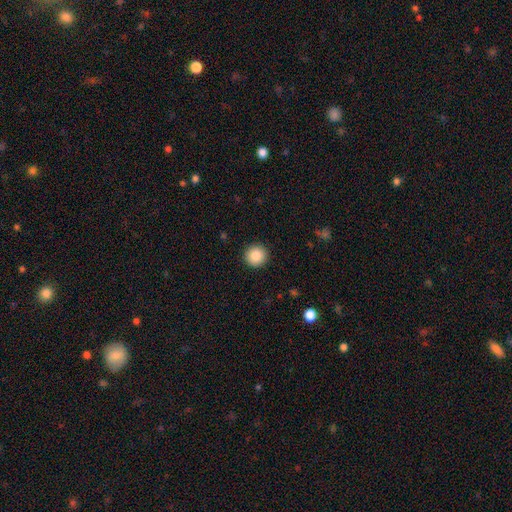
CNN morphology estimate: smooth 87%, star or artifact 9%, featured or disk 4%. Down the decision tree: how rounded — round (95%); merging — none (93%).